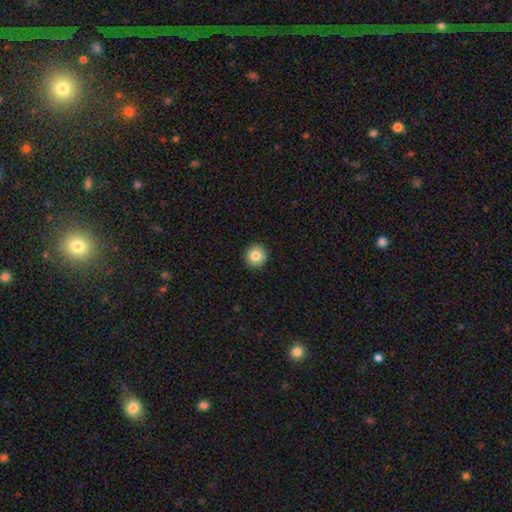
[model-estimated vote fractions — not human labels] Overall: smooth (84%). How rounded: round (94%). Merging: none (93%).